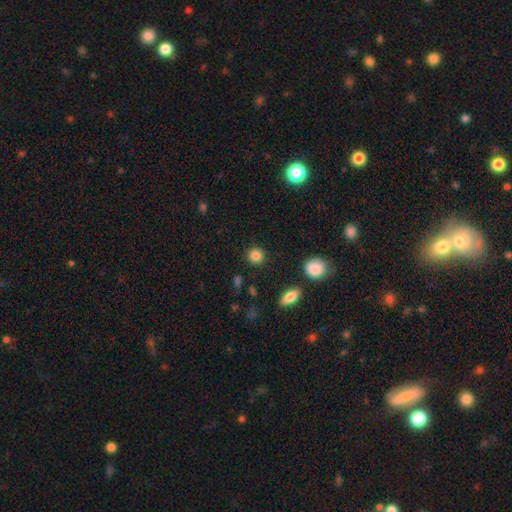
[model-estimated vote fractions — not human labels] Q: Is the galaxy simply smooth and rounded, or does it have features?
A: smooth — 86%.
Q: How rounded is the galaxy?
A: round — 90%.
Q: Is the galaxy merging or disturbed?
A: none — 90%.